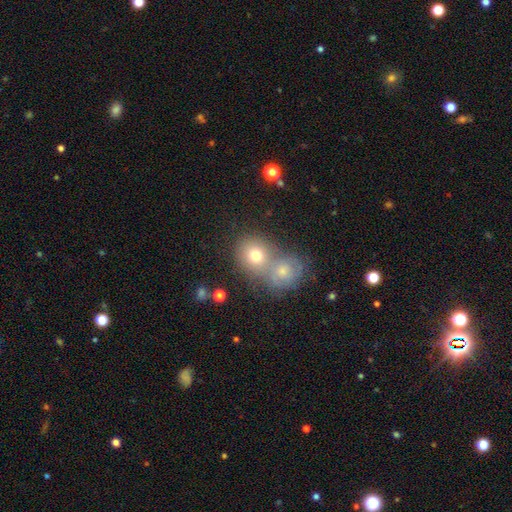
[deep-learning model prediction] A smooth galaxy with no disk features (72%) that is round (76%).

Vote fractions:
- Smooth or featured? smooth: 72% / featured or disk: 16% / star or artifact: 12%
- How rounded? round: 76% / in between: 23% / cigar-shaped: 1%
- Merging? merger: 51% / none: 37% / minor disturbance: 8% / major disturbance: 4%